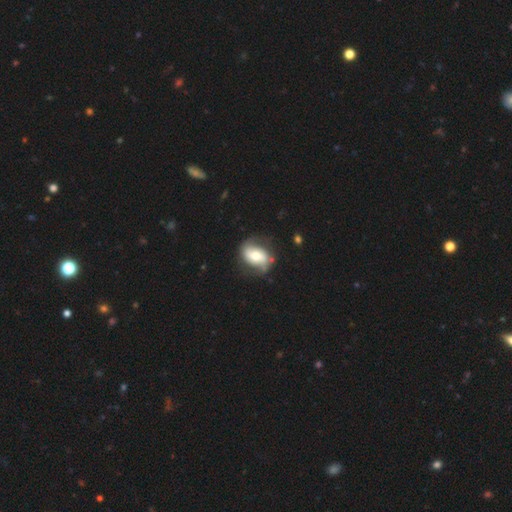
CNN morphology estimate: Smooth or featured?
  - featured or disk: 53% *
  - smooth: 41%
  - star or artifact: 6%
Edge-on disk?
  - no: 94% *
  - yes: 6%
Merging?
  - none: 67% *
  - minor disturbance: 21%
  - major disturbance: 10%
  - merger: 3%